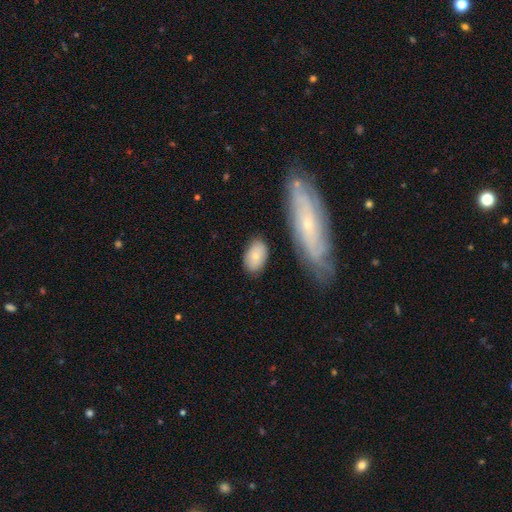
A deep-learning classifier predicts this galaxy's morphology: type=smooth (73%); roundness=in between (90%); merging=none (75%).